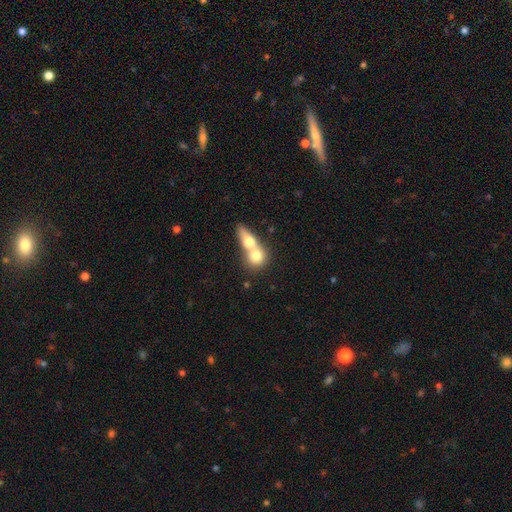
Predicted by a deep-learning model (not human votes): smooth_or_featured: smooth (p=0.69) [alt: featured or disk p=0.24]
how_rounded: round (p=0.56) [alt: in between p=0.36]
merging: merger (p=0.73) [alt: none p=0.19]